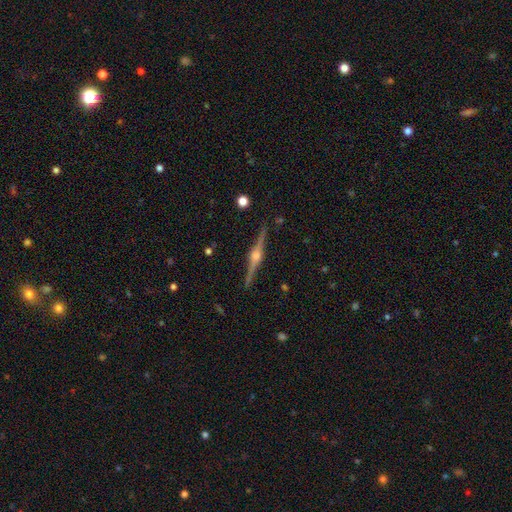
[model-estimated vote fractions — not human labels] A featured or disk galaxy (90%) viewed edge-on (99%) with a rounded central bulge (93%).

Vote fractions:
- Smooth or featured? featured or disk: 90% / smooth: 5% / star or artifact: 5%
- Edge-on disk? yes: 99% / no: 1%
- Edge-on bulge? rounded: 93% / boxy: 5% / none: 2%
- Merging? none: 92% / minor disturbance: 5% / major disturbance: 1% / merger: 1%